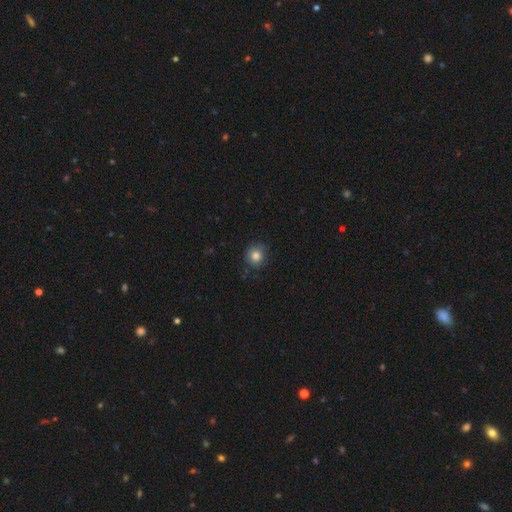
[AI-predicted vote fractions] This is clearly a smooth galaxy (83%). How rounded: clearly round (88%). Merging: clearly none (81%).